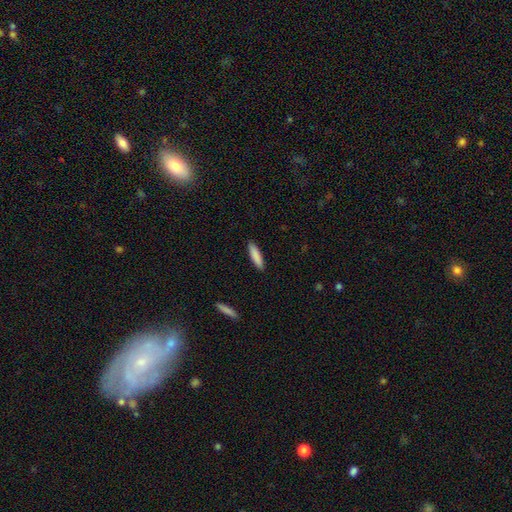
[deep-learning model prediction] smooth_or_featured: smooth (p=0.86) [alt: featured or disk p=0.08]
how_rounded: cigar-shaped (p=0.78) [alt: in between p=0.21]
merging: none (p=0.90) [alt: minor disturbance p=0.07]